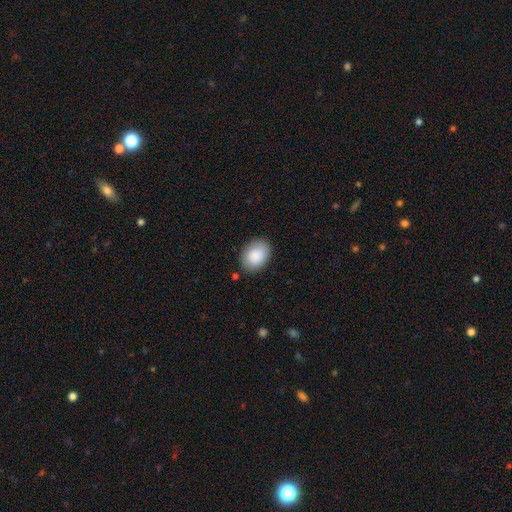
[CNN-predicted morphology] smooth 88%, star or artifact 6%, featured or disk 6%. Down the decision tree: how rounded — in between (74%); merging — none (82%).